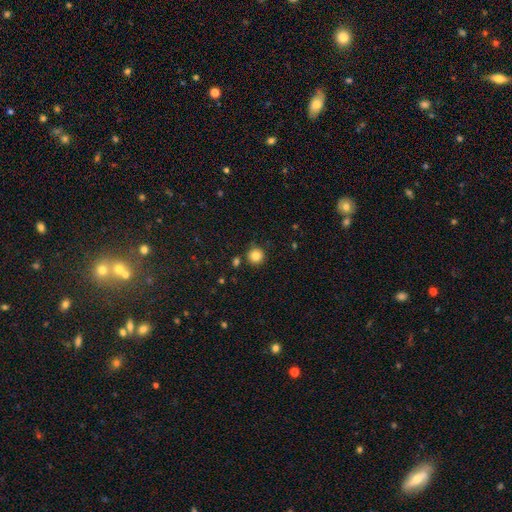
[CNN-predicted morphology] Q: Smooth or featured?
A: smooth (83%); runner-up: star or artifact (11%)
Q: How rounded?
A: round (94%); runner-up: in between (5%)
Q: Merging?
A: none (86%); runner-up: minor disturbance (7%)